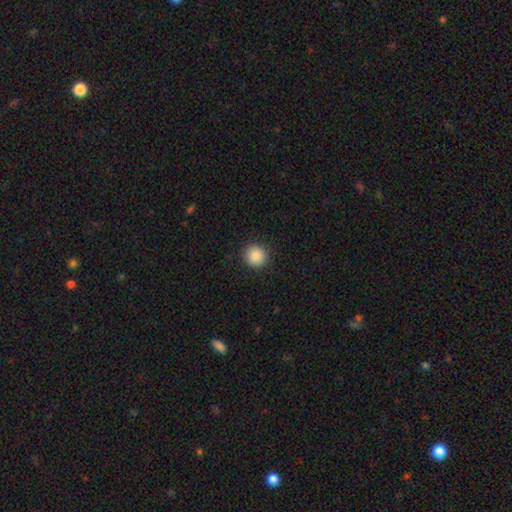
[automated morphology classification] type=smooth (88%); roundness=round (93%); merging=none (91%).